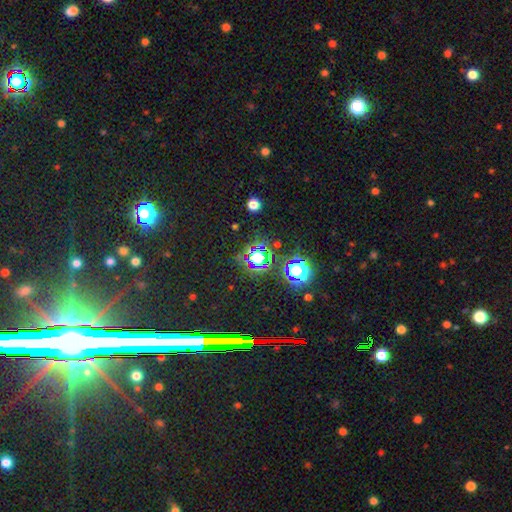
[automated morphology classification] star or artifact 72%, smooth 19%, featured or disk 9%.